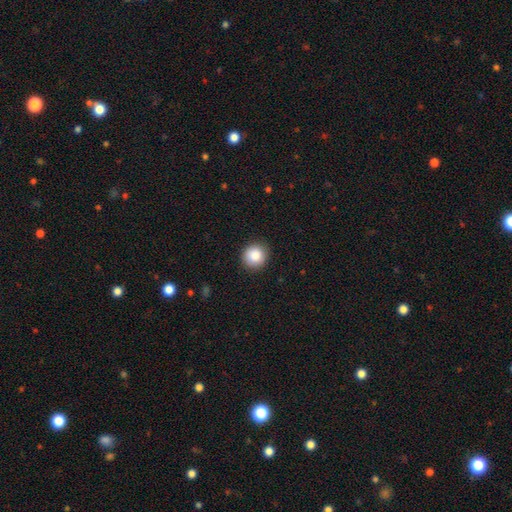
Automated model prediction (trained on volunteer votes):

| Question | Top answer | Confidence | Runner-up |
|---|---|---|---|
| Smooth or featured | smooth | 87% | star or artifact (9%) |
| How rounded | round | 92% | in between (7%) |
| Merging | none | 90% | minor disturbance (7%) |